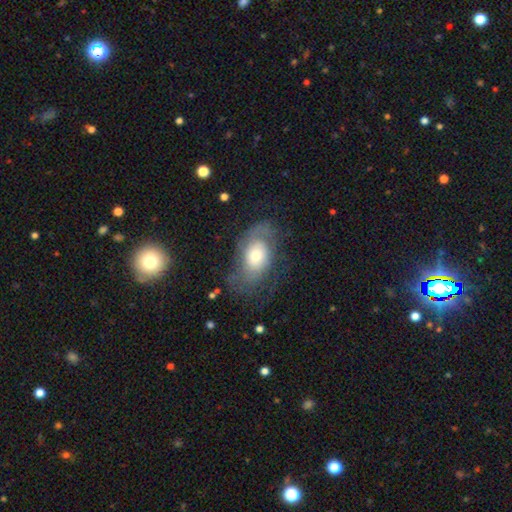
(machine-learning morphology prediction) A featured or disk galaxy (57%) with no bar (79%), spiral arms (77%) and a moderate central bulge (51%).

Vote fractions:
- Smooth or featured? featured or disk: 57% / smooth: 35% / star or artifact: 8%
- Edge-on disk? no: 95% / yes: 5%
- Bar? no: 79% / weak: 18% / strong: 3%
- Spiral arms? yes: 77% / no: 23%
- Bulge size? moderate: 51% / small: 25% / large: 20% / dominant: 3% / none: 2%
- Merging? none: 56% / minor disturbance: 22% / major disturbance: 20% / merger: 2%